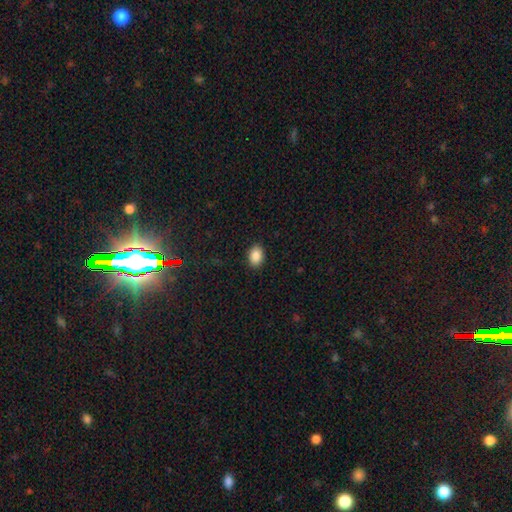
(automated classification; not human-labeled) Q: Smooth or featured?
A: smooth (89%); runner-up: star or artifact (8%)
Q: How rounded?
A: in between (77%); runner-up: round (22%)
Q: Merging?
A: none (90%); runner-up: minor disturbance (7%)